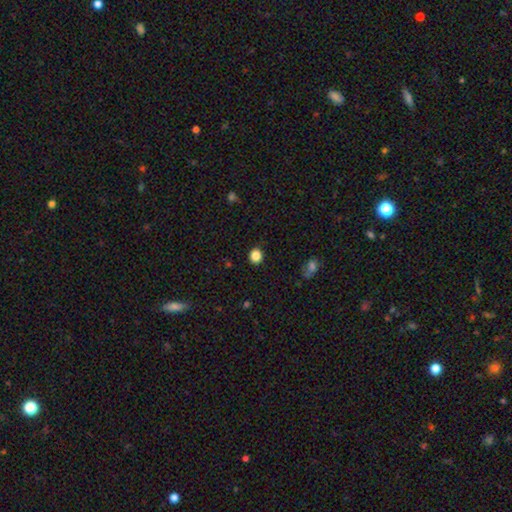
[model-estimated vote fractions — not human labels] smooth-or-featured: smooth: 85% | star or artifact: 11% | featured or disk: 4%
  how-rounded: round: 79% | in between: 20% | cigar-shaped: 1%
  merging: none: 89% | minor disturbance: 8% | major disturbance: 2% | merger: 1%